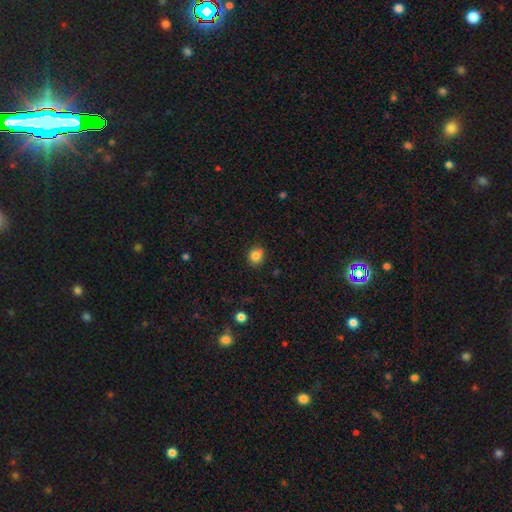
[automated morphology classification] A smooth galaxy with no disk features (82%) that is round (83%).

Vote fractions:
- Smooth or featured? smooth: 82% / star or artifact: 12% / featured or disk: 7%
- How rounded? round: 83% / in between: 17% / cigar-shaped: 1%
- Merging? none: 77% / minor disturbance: 13% / merger: 7% / major disturbance: 3%